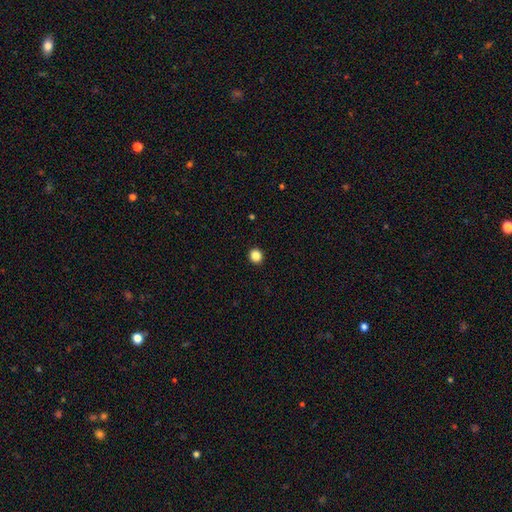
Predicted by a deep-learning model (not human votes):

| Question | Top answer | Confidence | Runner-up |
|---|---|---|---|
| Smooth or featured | smooth | 86% | star or artifact (11%) |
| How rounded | round | 87% | in between (12%) |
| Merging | none | 93% | minor disturbance (5%) |